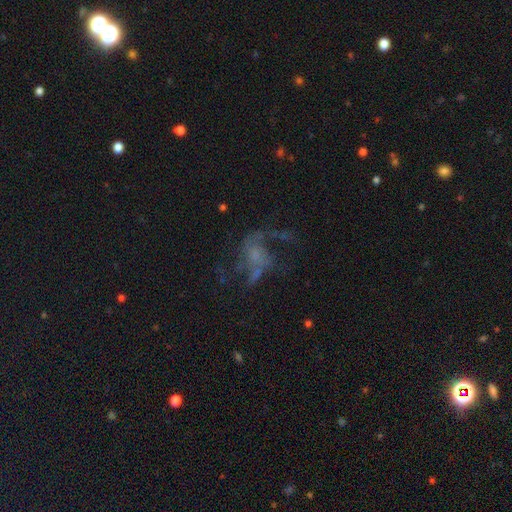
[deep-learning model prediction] Morphology: type=featured or disk (66%); edge-on=no (97%); bar=no (72%); spiral arms=yes (67%); bulge=none (43%); merging=none (40%, tied with major disturbance).